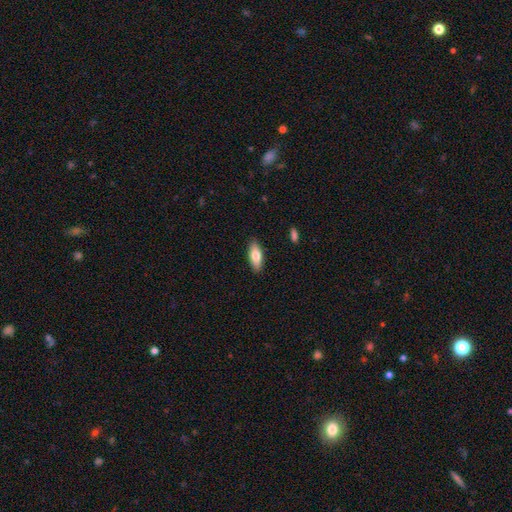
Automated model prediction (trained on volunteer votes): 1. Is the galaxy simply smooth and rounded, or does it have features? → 77% smooth, 16% featured or disk, 6% star or artifact.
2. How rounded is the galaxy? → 80% in between, 18% cigar-shaped, 2% round.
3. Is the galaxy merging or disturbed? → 88% none, 9% minor disturbance, 2% major disturbance, 1% merger.